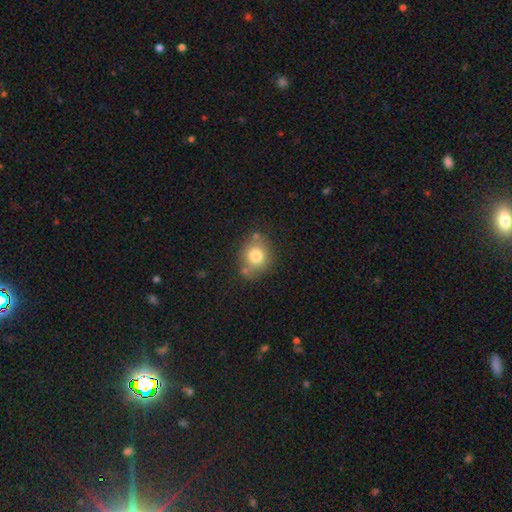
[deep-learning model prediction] smooth-or-featured: smooth: 78% | featured or disk: 12% | star or artifact: 10%
  how-rounded: round: 72% | in between: 27% | cigar-shaped: 1%
  merging: none: 70% | minor disturbance: 16% | merger: 10% | major disturbance: 5%